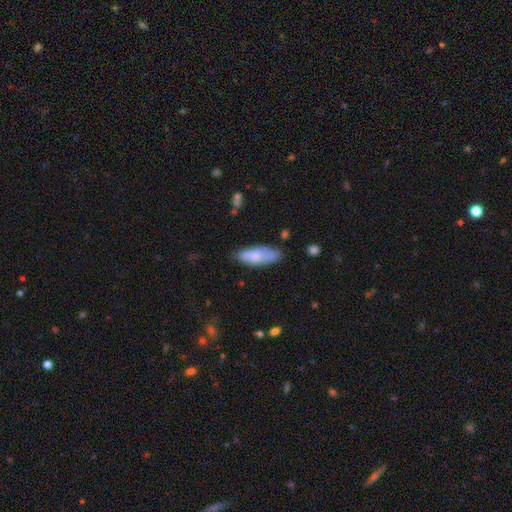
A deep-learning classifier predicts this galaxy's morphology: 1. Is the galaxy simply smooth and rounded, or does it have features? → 68% smooth, 26% featured or disk, 6% star or artifact.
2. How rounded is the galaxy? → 67% in between, 31% cigar-shaped, 2% round.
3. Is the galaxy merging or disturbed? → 60% none, 27% minor disturbance, 8% major disturbance, 5% merger.